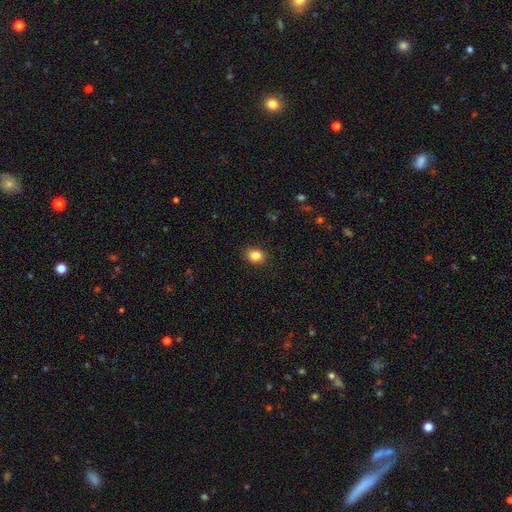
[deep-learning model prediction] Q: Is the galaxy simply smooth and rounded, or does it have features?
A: smooth — 84%.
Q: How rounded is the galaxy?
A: in between — 57%.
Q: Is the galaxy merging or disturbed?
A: none — 89%.